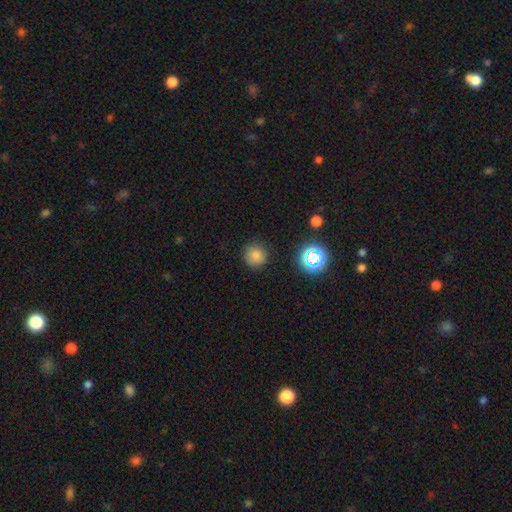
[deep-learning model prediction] Overall: smooth (79%). How rounded: round (93%). Merging: none (87%).